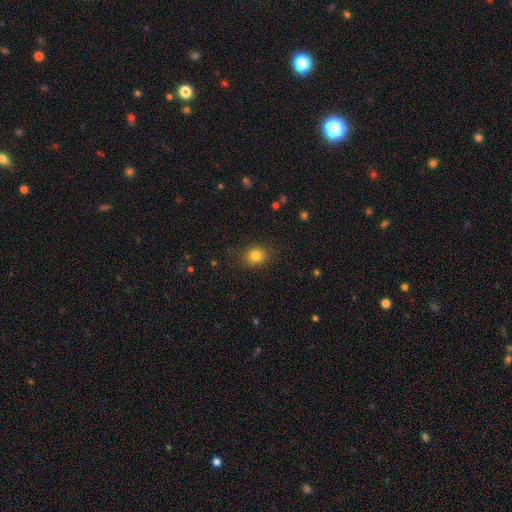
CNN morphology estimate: Smooth or featured? smooth (82%)
How rounded? round (73%)
Merging? none (85%)